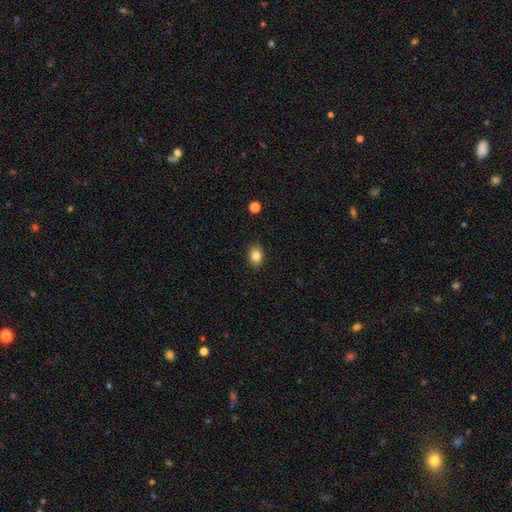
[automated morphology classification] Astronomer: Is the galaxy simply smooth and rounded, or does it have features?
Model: smooth — 83%.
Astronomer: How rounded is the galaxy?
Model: in between — 70%.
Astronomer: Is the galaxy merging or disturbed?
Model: none — 89%.